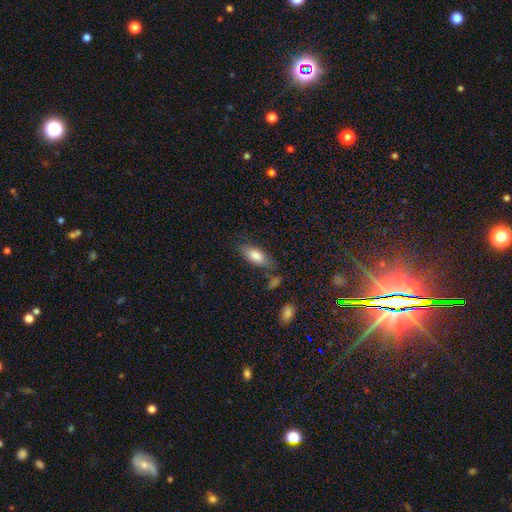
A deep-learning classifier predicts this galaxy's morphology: Overall: smooth (79%). How rounded: in between (82%). Merging: none (72%).